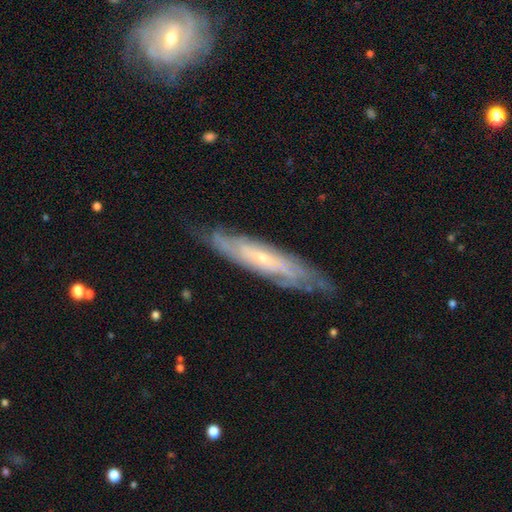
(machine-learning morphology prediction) This appears to be a featured or disk galaxy (75%). Merging: none (78%).